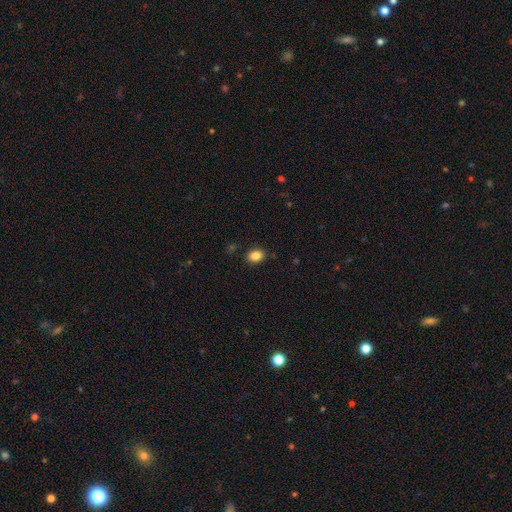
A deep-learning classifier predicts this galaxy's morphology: smooth_or_featured: smooth (p=0.86) [alt: star or artifact p=0.09]
how_rounded: in between (p=0.70) [alt: round p=0.29]
merging: none (p=0.87) [alt: minor disturbance p=0.09]